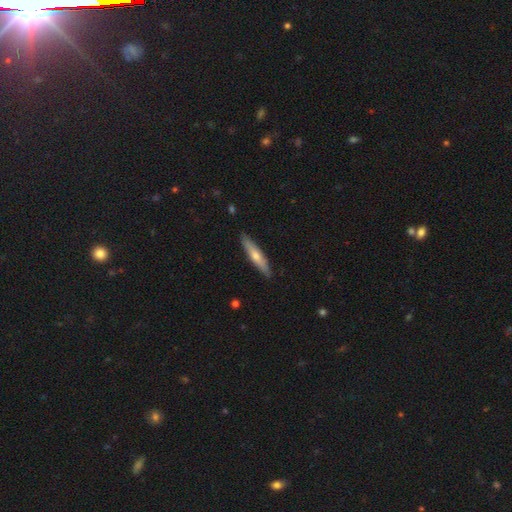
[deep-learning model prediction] Q: Smooth or featured?
A: smooth (53%); runner-up: featured or disk (42%)
Q: How rounded?
A: cigar-shaped (87%); runner-up: in between (12%)
Q: Merging?
A: none (90%); runner-up: minor disturbance (8%)